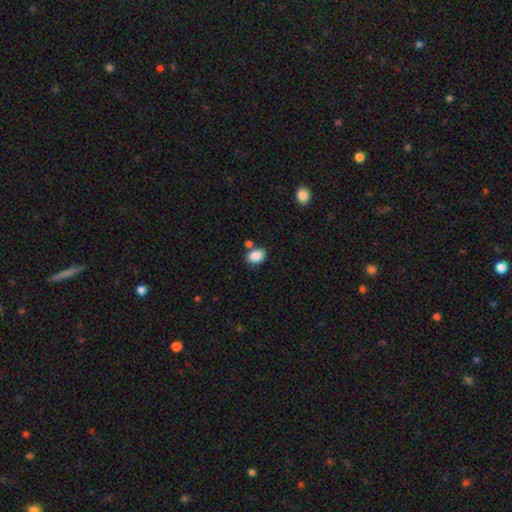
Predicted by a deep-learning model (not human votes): The model was most divided on "how rounded": in between: 73%, round: 26%, cigar-shaped: 1%. More confident: smooth or featured — smooth (88%); merging — none (71%).